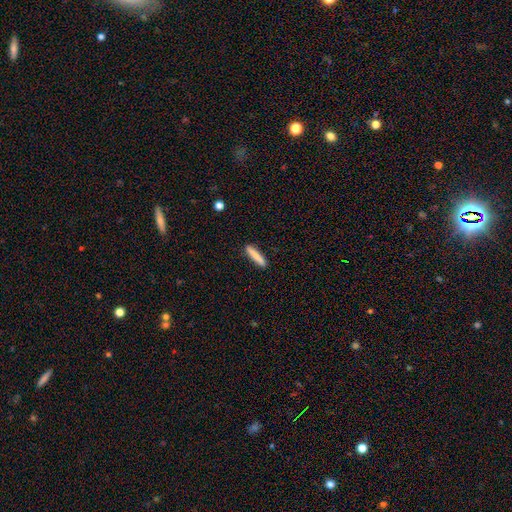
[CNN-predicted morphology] Smooth or featured: smooth — 82% (featured or disk — 12%)
How rounded: cigar-shaped — 91% (in between — 8%)
Merging: none — 90% (minor disturbance — 7%)